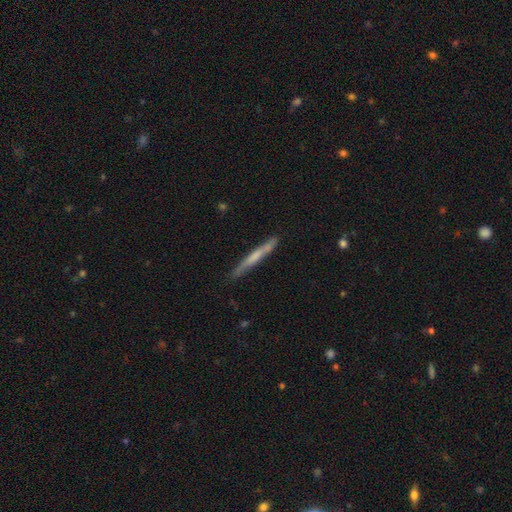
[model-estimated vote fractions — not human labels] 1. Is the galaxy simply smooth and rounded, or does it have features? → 49% smooth, 46% featured or disk, 6% star or artifact.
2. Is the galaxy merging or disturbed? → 85% none, 12% minor disturbance, 2% major disturbance, 2% merger.